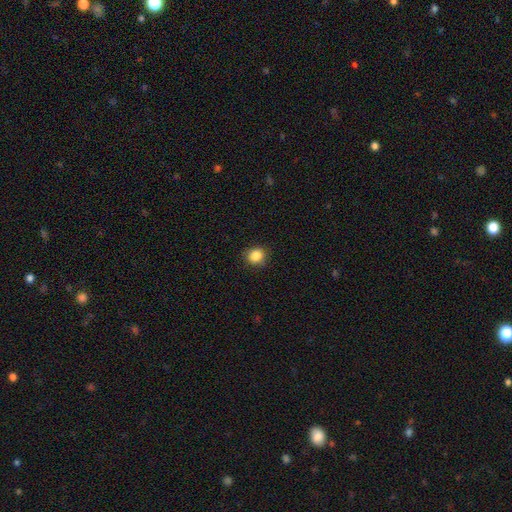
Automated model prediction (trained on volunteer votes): A smooth galaxy with no disk features (85%) that is round (83%). Merging: none (88%).